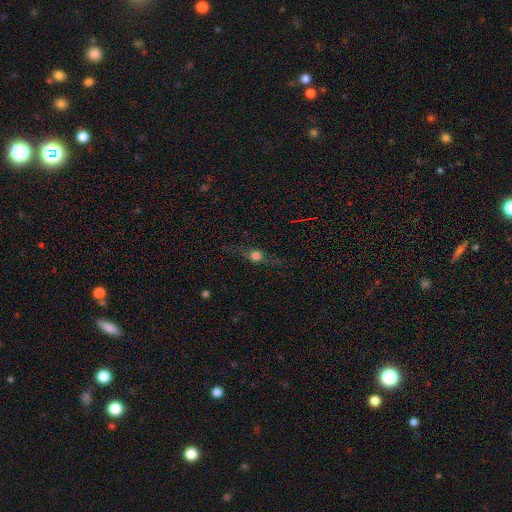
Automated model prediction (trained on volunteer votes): Morphology: type=featured or disk (55%); edge-on=yes (87%); merging=none (80%).